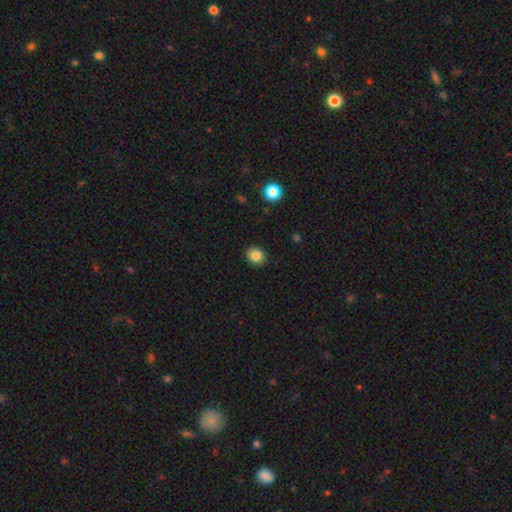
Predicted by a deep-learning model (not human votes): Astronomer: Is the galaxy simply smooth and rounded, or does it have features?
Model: smooth — 84%.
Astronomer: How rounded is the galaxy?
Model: round — 67%.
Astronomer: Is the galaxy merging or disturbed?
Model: none — 90%.